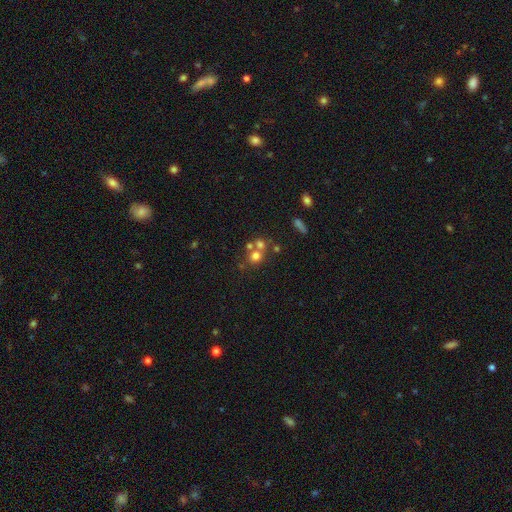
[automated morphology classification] Smooth or featured? smooth (66%)
How rounded? round (84%)
Merging? none (47%)